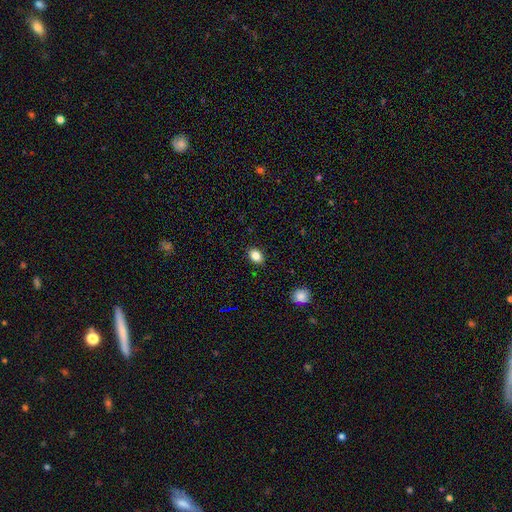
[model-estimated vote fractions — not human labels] This is clearly a smooth galaxy (85%). How rounded: likely in between (74%). Merging: clearly none (89%).